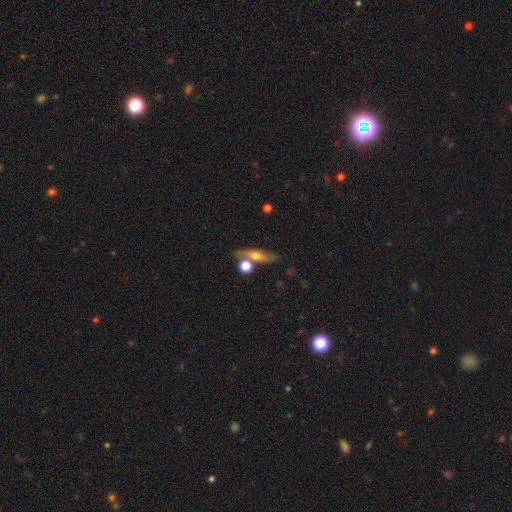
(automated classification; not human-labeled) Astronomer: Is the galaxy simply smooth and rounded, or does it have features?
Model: featured or disk — 47% (runner-up: smooth, 43%).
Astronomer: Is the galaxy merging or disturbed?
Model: none — 61%.